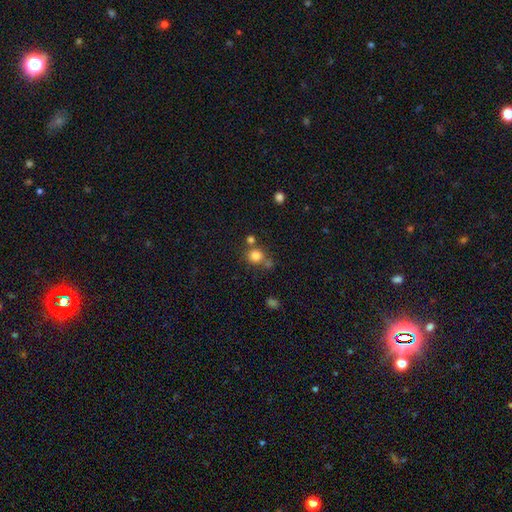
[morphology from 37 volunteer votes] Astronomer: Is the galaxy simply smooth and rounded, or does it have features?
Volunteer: smooth — 92%.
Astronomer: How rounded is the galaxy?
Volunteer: round — 94%.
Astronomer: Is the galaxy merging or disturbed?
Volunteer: none — 69%.